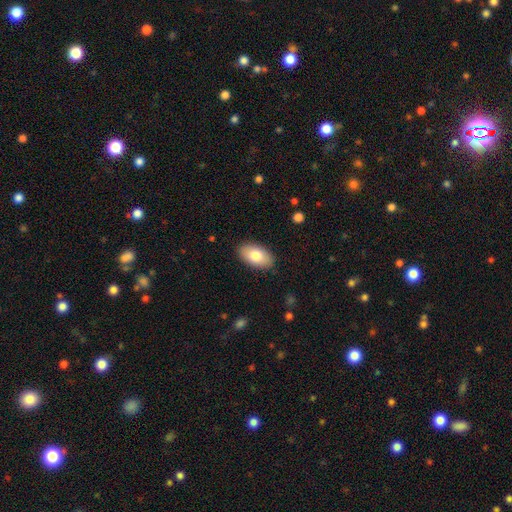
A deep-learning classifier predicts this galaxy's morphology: This appears to be a smooth galaxy with no disk features (79%) that is in between round and cigar-shaped (94%). Merging: none (88%).